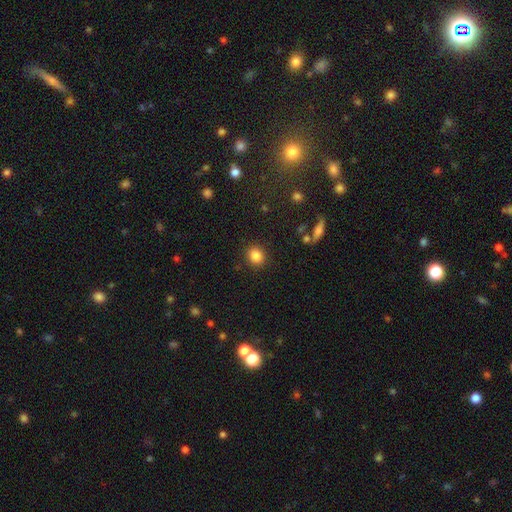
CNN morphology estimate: Smooth or featured? smooth (85%)
How rounded? round (77%)
Merging? none (89%)